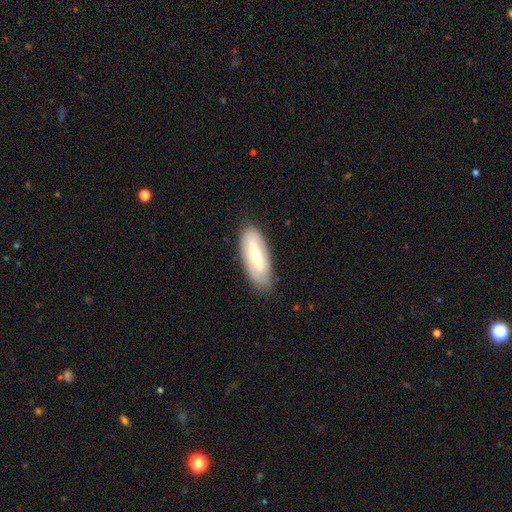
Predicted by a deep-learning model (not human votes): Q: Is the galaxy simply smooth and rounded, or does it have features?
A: smooth — 52%.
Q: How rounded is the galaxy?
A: in between — 71%.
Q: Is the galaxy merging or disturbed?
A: none — 83%.